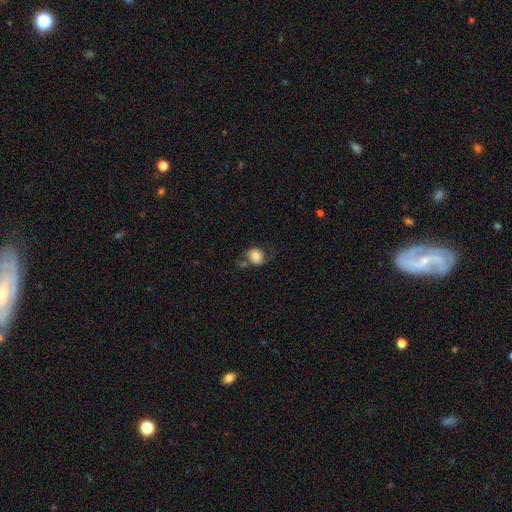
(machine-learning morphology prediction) Smooth or featured? Predicted: smooth (p=0.74). How rounded? Predicted: round (p=0.68). Merging? Predicted: none (p=0.53).